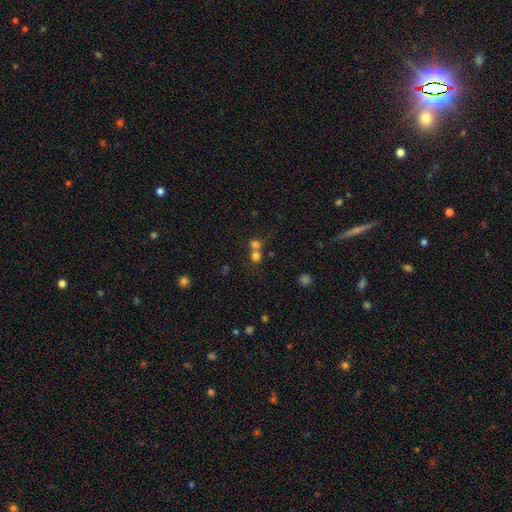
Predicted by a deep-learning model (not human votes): Q: Smooth or featured?
A: smooth (73%); runner-up: star or artifact (17%)
Q: How rounded?
A: round (82%); runner-up: in between (17%)
Q: Merging?
A: merger (53%); runner-up: none (38%)